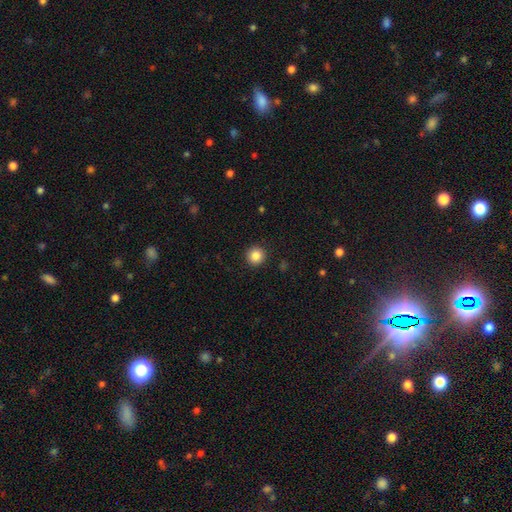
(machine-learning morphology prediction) Smooth or featured?
  - smooth: 86% *
  - star or artifact: 10%
  - featured or disk: 4%
How rounded?
  - round: 95% *
  - in between: 4%
  - cigar-shaped: 1%
Merging?
  - none: 92% *
  - minor disturbance: 5%
  - major disturbance: 2%
  - merger: 1%